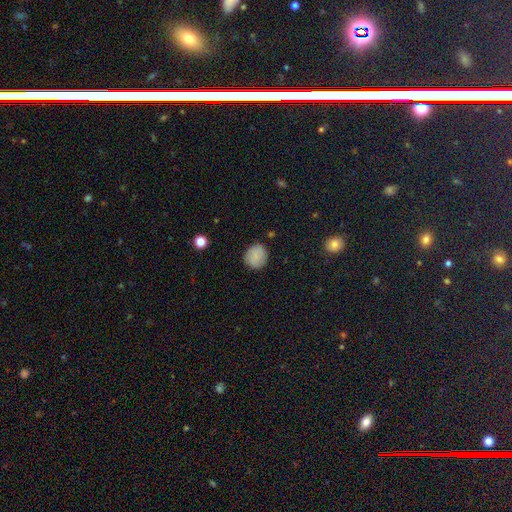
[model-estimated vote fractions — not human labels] smooth-or-featured: smooth: 84% | star or artifact: 9% | featured or disk: 8%
  how-rounded: round: 85% | in between: 14% | cigar-shaped: 1%
  merging: none: 86% | minor disturbance: 10% | major disturbance: 3% | merger: 1%